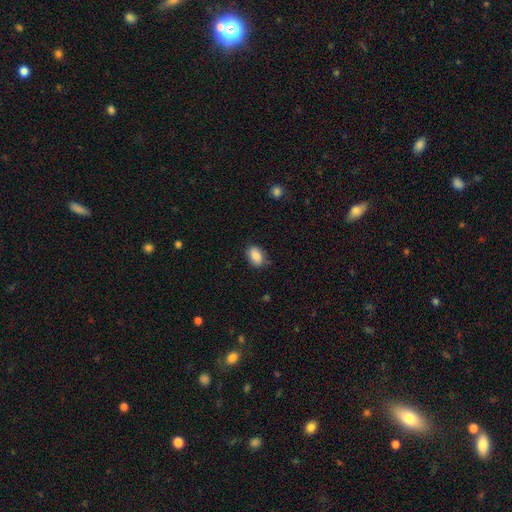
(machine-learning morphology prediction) The model was most divided on "merging": none: 80%, minor disturbance: 15%, major disturbance: 3%, merger: 1%. More confident: smooth or featured — smooth (88%); how rounded — in between (84%).